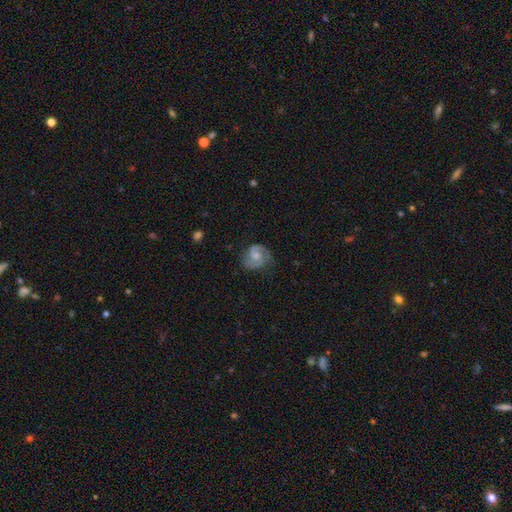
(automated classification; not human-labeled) A featured or disk galaxy (79%) with no bar (52%), 2 (87%) medium (52%) spiral arms (96%) and a moderate central bulge (46%). Merging: none (72%).